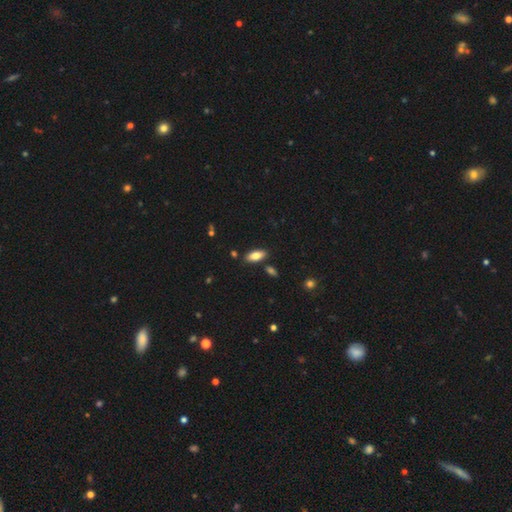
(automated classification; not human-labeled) Smooth or featured?
  - smooth: 80% *
  - featured or disk: 13%
  - star or artifact: 7%
How rounded?
  - in between: 88% *
  - cigar-shaped: 10%
  - round: 2%
Merging?
  - none: 85% *
  - minor disturbance: 10%
  - merger: 4%
  - major disturbance: 2%